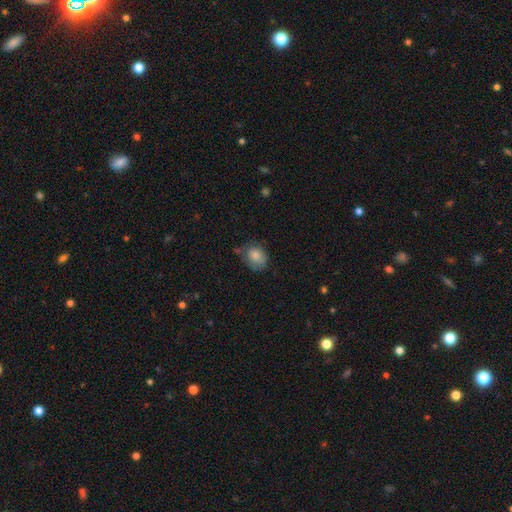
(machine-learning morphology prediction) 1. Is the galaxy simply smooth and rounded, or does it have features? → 83% smooth, 9% featured or disk, 9% star or artifact.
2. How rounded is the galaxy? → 52% in between, 47% round, 1% cigar-shaped.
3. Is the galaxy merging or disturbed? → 61% none, 27% minor disturbance, 7% major disturbance, 6% merger.